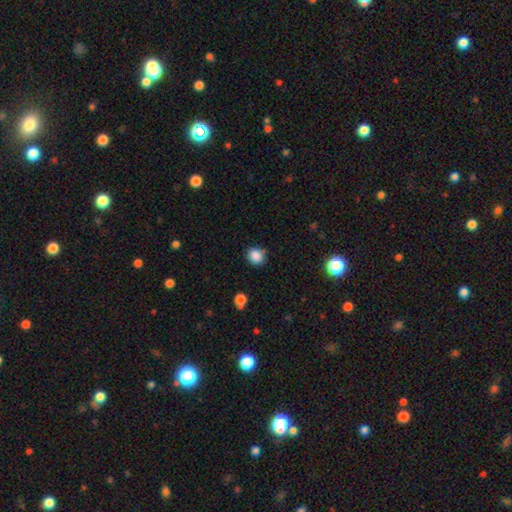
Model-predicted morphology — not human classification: Smooth or featured? Predicted: smooth (p=0.86). How rounded? Predicted: round (p=0.77). Merging? Predicted: none (p=0.81).